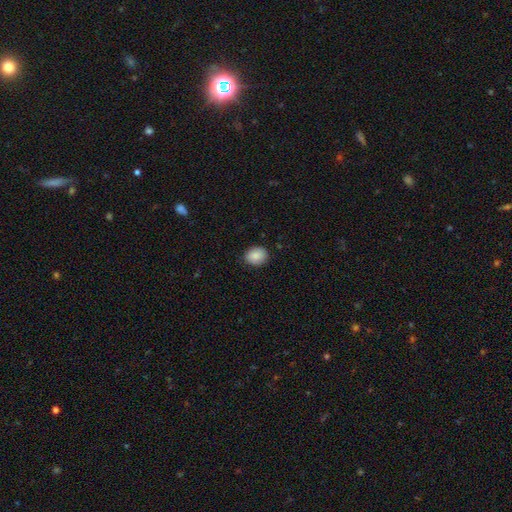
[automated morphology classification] A smooth galaxy with no disk features (87%) that is round (58%).

Vote fractions:
- Smooth or featured? smooth: 87% / star or artifact: 8% / featured or disk: 5%
- How rounded? round: 58% / in between: 41% / cigar-shaped: 1%
- Merging? none: 85% / minor disturbance: 12% / major disturbance: 2% / merger: 1%